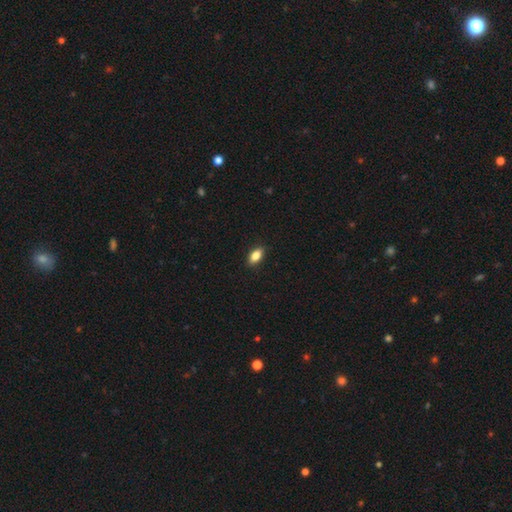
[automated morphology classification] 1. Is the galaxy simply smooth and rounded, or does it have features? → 85% smooth, 8% star or artifact, 7% featured or disk.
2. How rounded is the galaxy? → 89% in between, 6% cigar-shaped, 6% round.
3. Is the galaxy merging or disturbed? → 89% none, 8% minor disturbance, 2% major disturbance, 1% merger.